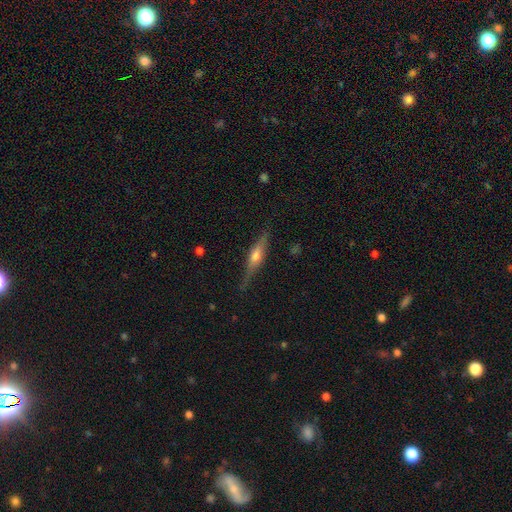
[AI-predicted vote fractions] Overall: featured or disk (67%). Edge-on disk: yes (96%). Edge-on bulge: rounded (83%). Merging: none (82%).